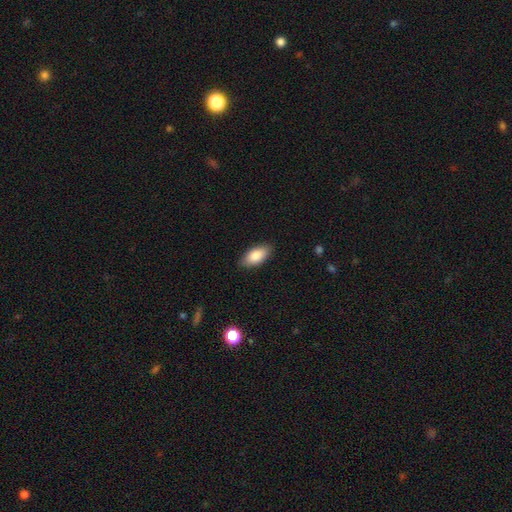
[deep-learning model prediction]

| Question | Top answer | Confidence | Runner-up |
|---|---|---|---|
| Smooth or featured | smooth | 84% | featured or disk (9%) |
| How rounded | in between | 91% | cigar-shaped (6%) |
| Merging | none | 87% | minor disturbance (10%) |